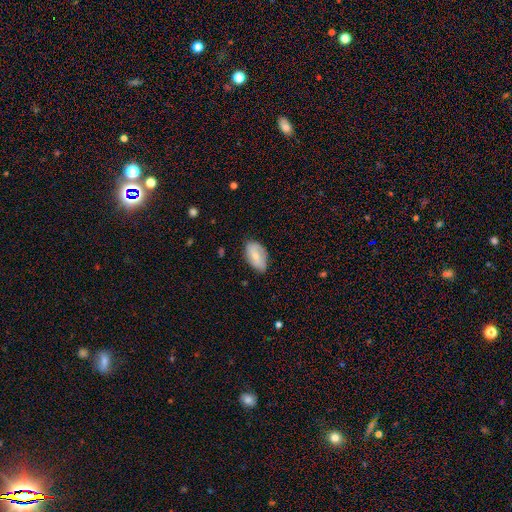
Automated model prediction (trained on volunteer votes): This is likely a smooth galaxy (68%). How rounded: clearly in between (93%). Merging: likely none (72%).